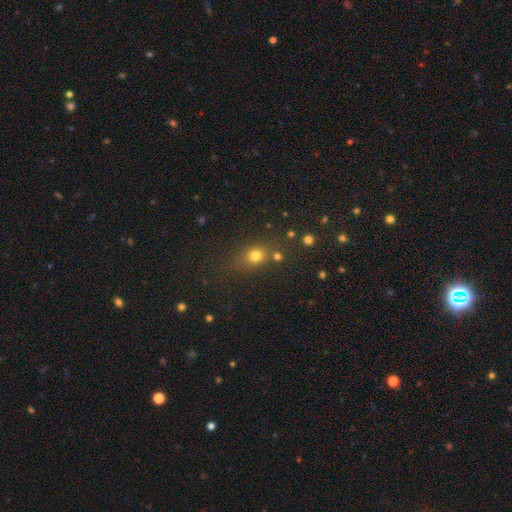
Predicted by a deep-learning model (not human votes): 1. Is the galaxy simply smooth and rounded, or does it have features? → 74% smooth, 17% star or artifact, 9% featured or disk.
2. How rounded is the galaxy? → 62% round, 36% in between, 3% cigar-shaped.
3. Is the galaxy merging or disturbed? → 70% none, 14% minor disturbance, 10% merger, 7% major disturbance.